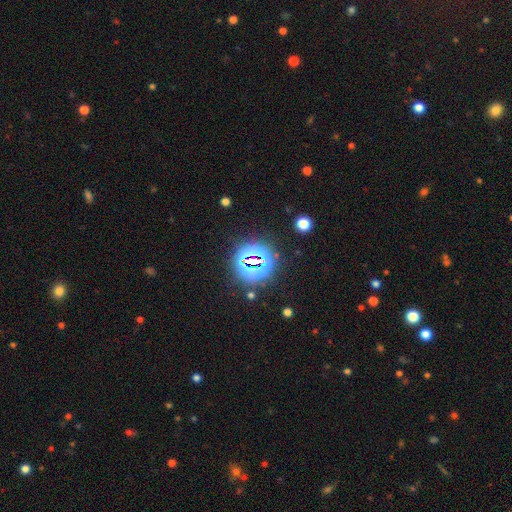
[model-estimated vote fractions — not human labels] Smooth or featured? Predicted: star or artifact (p=0.81).